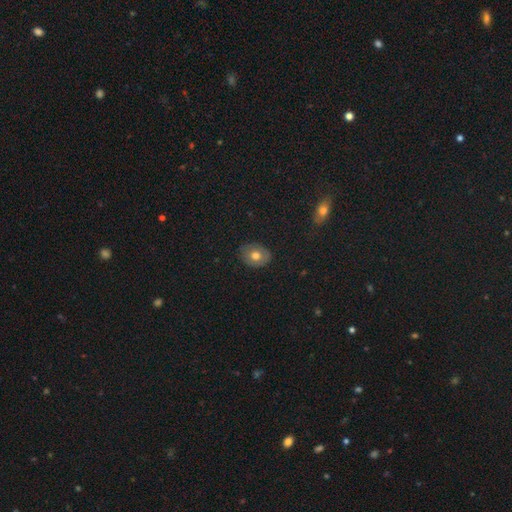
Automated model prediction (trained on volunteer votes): A smooth galaxy with no disk features (67%) that is in between round and cigar-shaped (59%).

Vote fractions:
- Smooth or featured? smooth: 67% / featured or disk: 24% / star or artifact: 9%
- How rounded? in between: 59% / round: 40% / cigar-shaped: 1%
- Merging? none: 83% / minor disturbance: 14% / major disturbance: 3% / merger: 1%